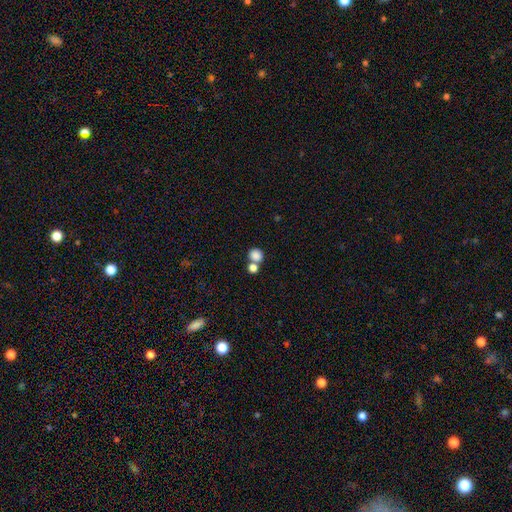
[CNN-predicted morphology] Overall: smooth (84%). How rounded: round (81%). Merging: none (51%; merger 38%).